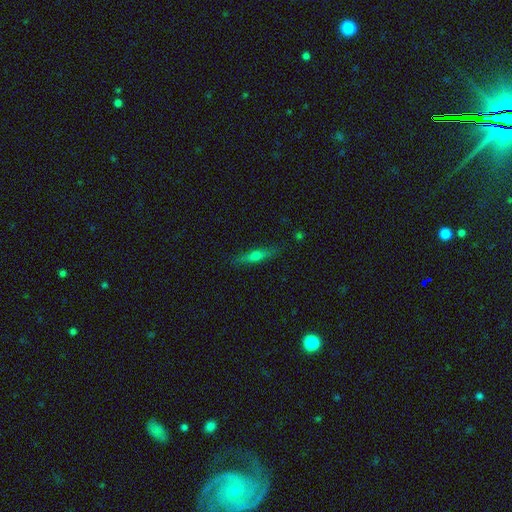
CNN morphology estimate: Smooth or featured: featured or disk — 49% (smooth — 43%)
Merging: none — 86% (minor disturbance — 10%)